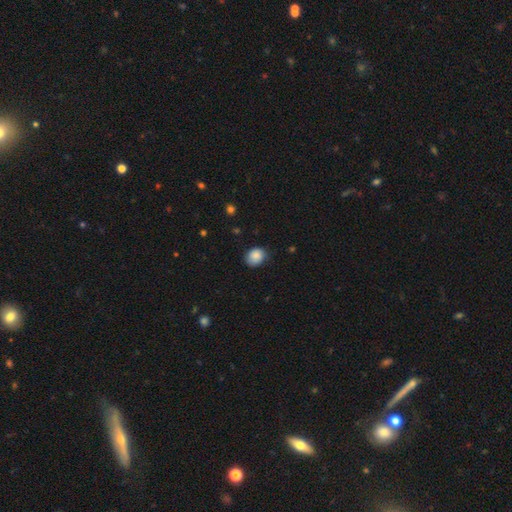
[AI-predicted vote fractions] Smooth or featured?
  - smooth: 85% *
  - star or artifact: 8%
  - featured or disk: 7%
How rounded?
  - round: 56% *
  - in between: 44%
  - cigar-shaped: 1%
Merging?
  - none: 73% *
  - minor disturbance: 22%
  - major disturbance: 4%
  - merger: 1%